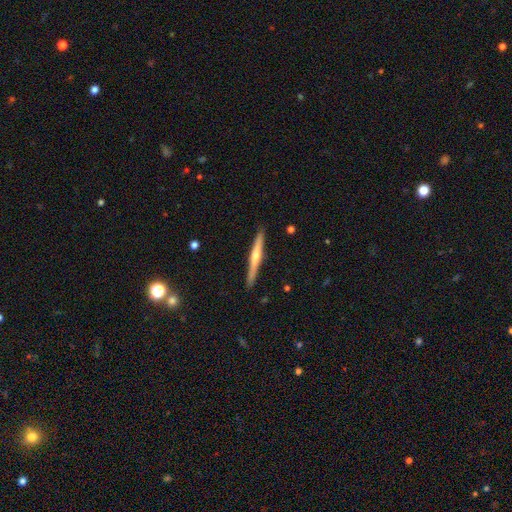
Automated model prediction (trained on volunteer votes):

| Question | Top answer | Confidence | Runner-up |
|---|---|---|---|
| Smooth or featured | featured or disk | 69% | smooth (26%) |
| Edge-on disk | yes | 98% | no (2%) |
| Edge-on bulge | rounded | 79% | none (16%) |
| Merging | none | 91% | minor disturbance (6%) |